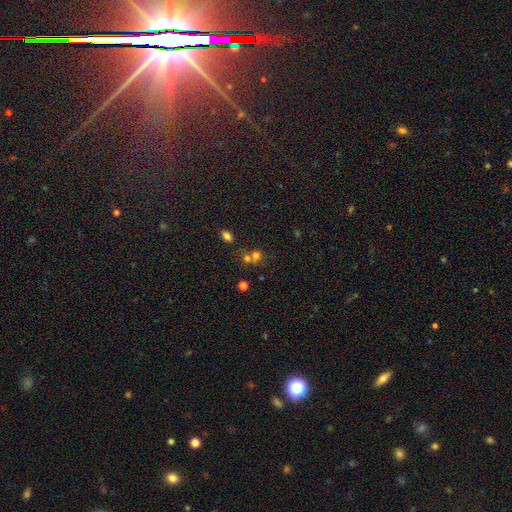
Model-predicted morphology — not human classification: Q: Smooth or featured?
A: smooth (66%); runner-up: star or artifact (22%)
Q: How rounded?
A: round (80%); runner-up: in between (19%)
Q: Merging?
A: none (45%); runner-up: merger (43%)